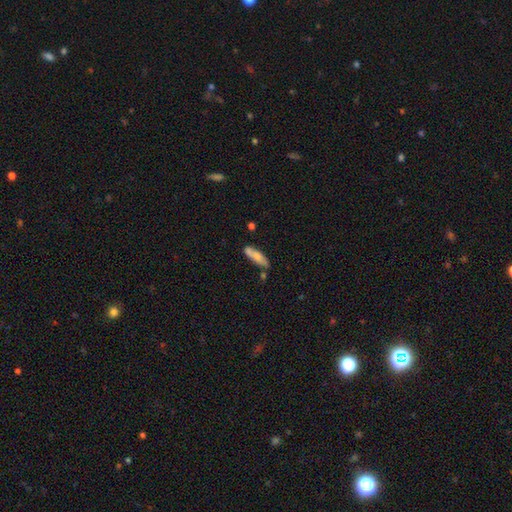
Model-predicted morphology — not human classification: A smooth galaxy with no disk features (67%) that is cigar-shaped (59%).

Vote fractions:
- Smooth or featured? smooth: 67% / featured or disk: 27% / star or artifact: 6%
- How rounded? cigar-shaped: 59% / in between: 39% / round: 2%
- Merging? none: 59% / minor disturbance: 20% / merger: 15% / major disturbance: 5%